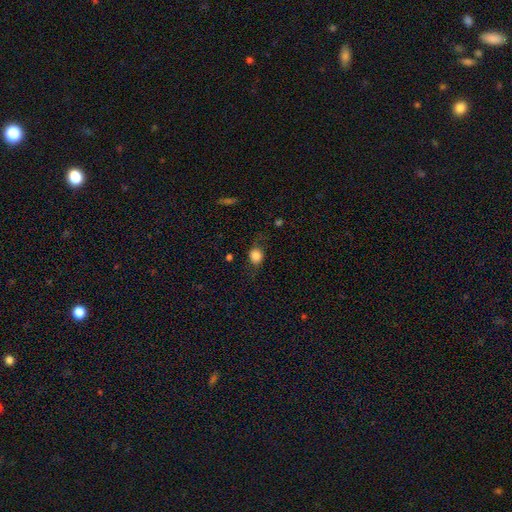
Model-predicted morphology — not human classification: Overall: smooth (76%). How rounded: round (68%; in between 30%). Merging: none (65%).